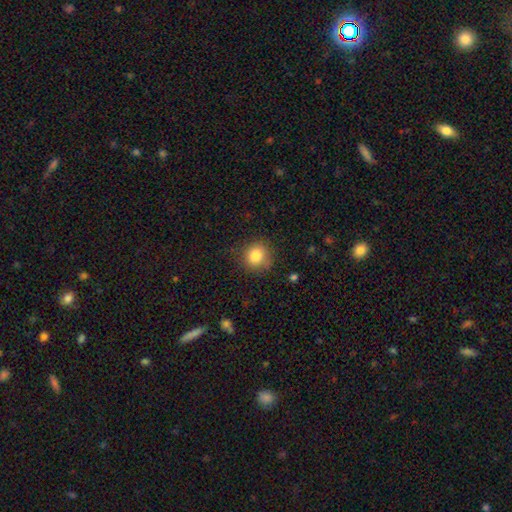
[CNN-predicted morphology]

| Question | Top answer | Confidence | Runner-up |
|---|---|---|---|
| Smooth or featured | smooth | 84% | star or artifact (10%) |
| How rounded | round | 86% | in between (13%) |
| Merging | none | 79% | minor disturbance (16%) |